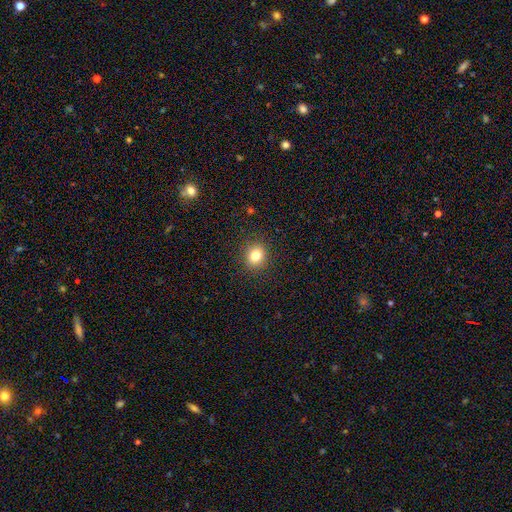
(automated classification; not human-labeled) This appears to be a smooth galaxy with no disk features (81%) that is round (71%). Merging: none (90%).